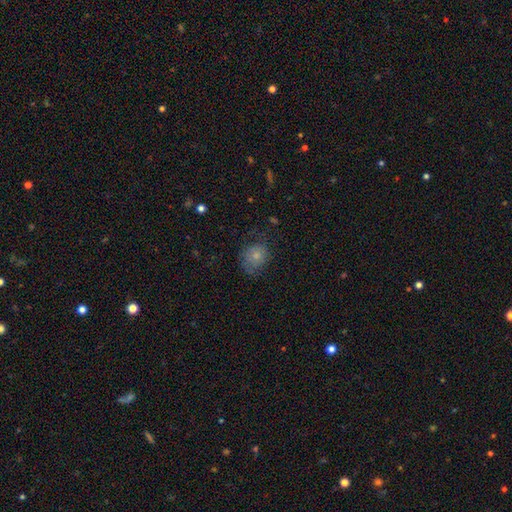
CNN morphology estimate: Smooth or featured? Predicted: smooth (p=0.69). How rounded? Predicted: round (p=0.62). Merging? Predicted: none (p=0.55).